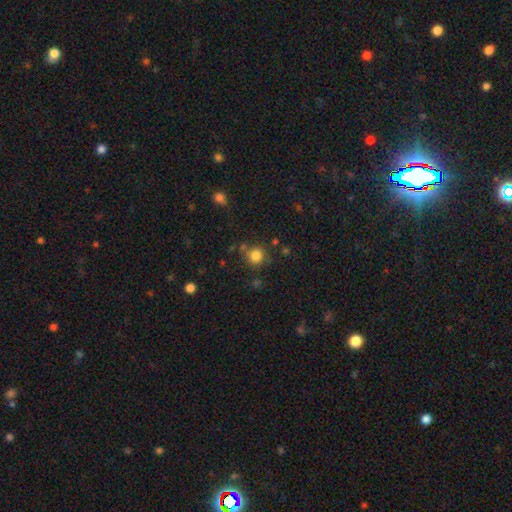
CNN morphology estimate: Q: Smooth or featured?
A: smooth (82%); runner-up: star or artifact (13%)
Q: How rounded?
A: round (90%); runner-up: in between (9%)
Q: Merging?
A: none (77%); runner-up: minor disturbance (11%)